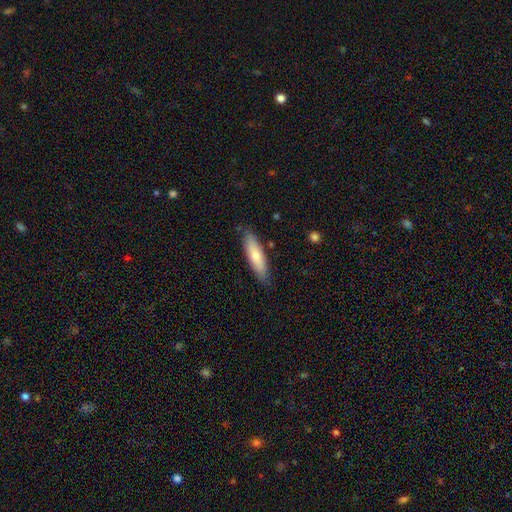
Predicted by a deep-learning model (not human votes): A smooth galaxy with no disk features (72%) that is cigar-shaped (64%).

Vote fractions:
- Smooth or featured? smooth: 72% / featured or disk: 23% / star or artifact: 5%
- How rounded? cigar-shaped: 64% / in between: 34% / round: 2%
- Merging? none: 83% / minor disturbance: 13% / major disturbance: 2% / merger: 2%